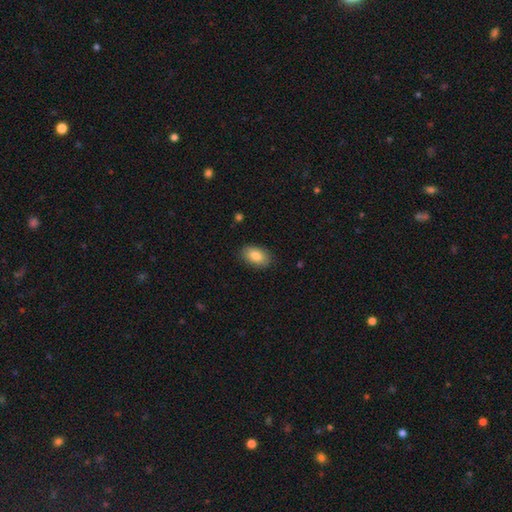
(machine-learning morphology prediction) type=smooth (85%); roundness=in between (91%); merging=none (86%).